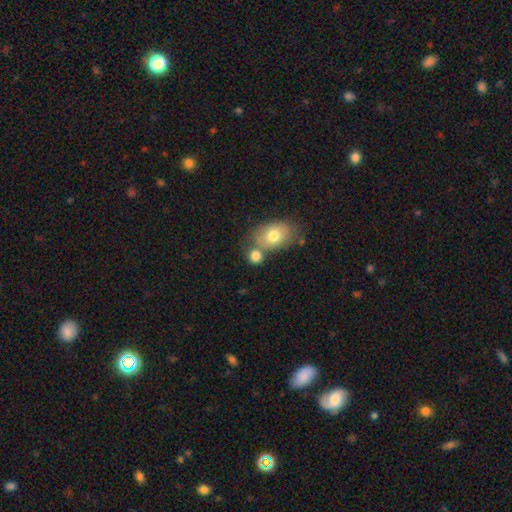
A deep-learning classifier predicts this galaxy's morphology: A smooth galaxy with no disk features (79%) that is round (57%).

Vote fractions:
- Smooth or featured? smooth: 79% / featured or disk: 11% / star or artifact: 10%
- How rounded? round: 57% / in between: 41% / cigar-shaped: 1%
- Merging? none: 51% / merger: 34% / minor disturbance: 11% / major disturbance: 4%